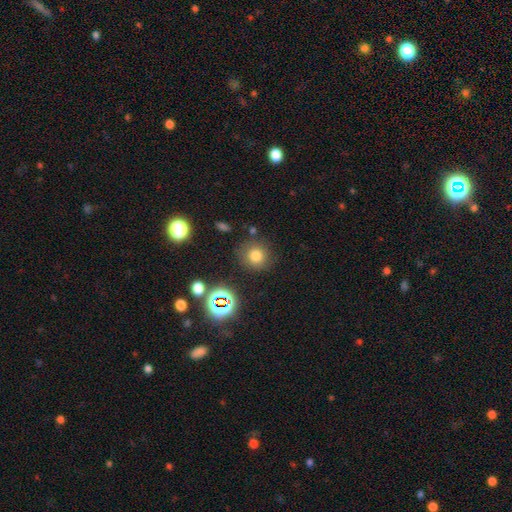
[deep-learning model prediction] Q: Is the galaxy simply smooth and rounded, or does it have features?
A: smooth — 73%.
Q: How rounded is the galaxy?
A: round — 90%.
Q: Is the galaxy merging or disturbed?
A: none — 81%.